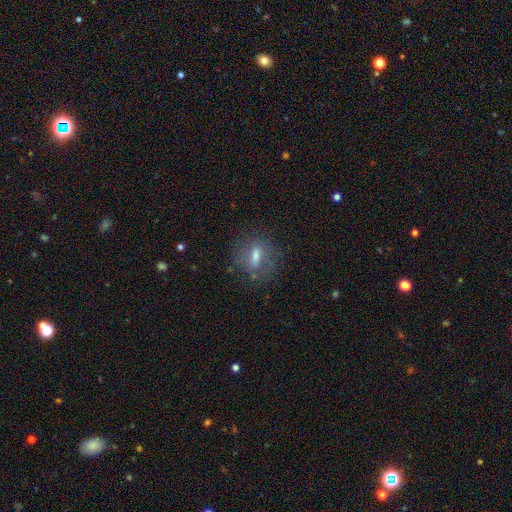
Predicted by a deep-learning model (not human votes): Morphology: type=smooth (50%); merging=none (73%).